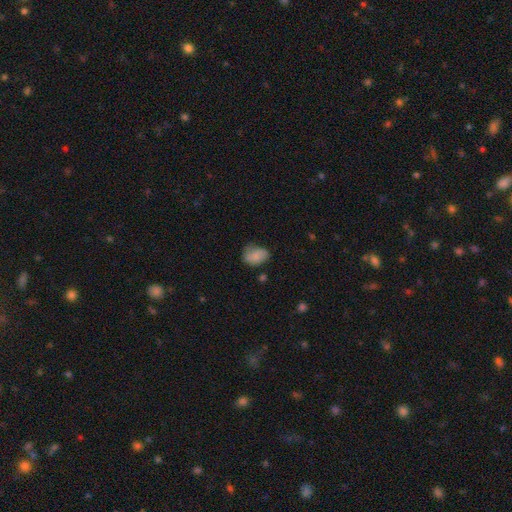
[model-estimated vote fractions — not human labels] This appears to be a smooth galaxy with no disk features (77%) that is in between round and cigar-shaped (73%). Merging: none (48%).